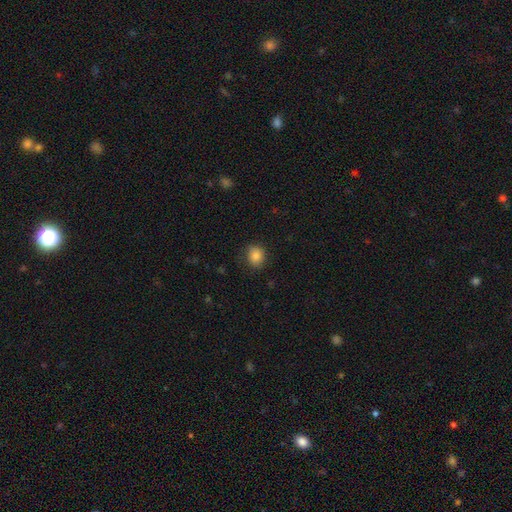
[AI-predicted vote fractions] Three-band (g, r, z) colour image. It shows a smooth galaxy with no disk features (84%) that is round (62%). Merging: none (83%).